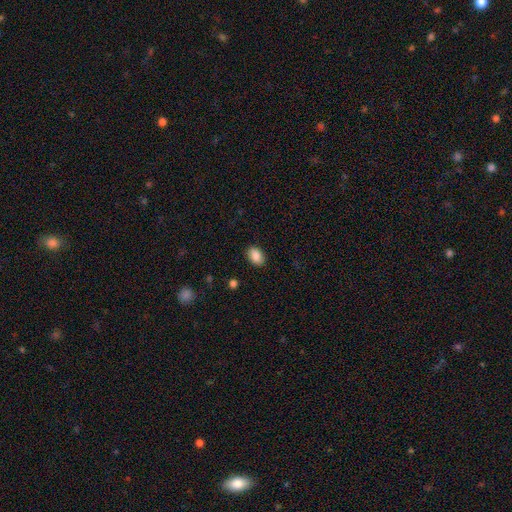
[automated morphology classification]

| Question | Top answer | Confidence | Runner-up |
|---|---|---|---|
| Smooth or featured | smooth | 88% | star or artifact (7%) |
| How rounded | in between | 85% | round (14%) |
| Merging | none | 87% | minor disturbance (10%) |